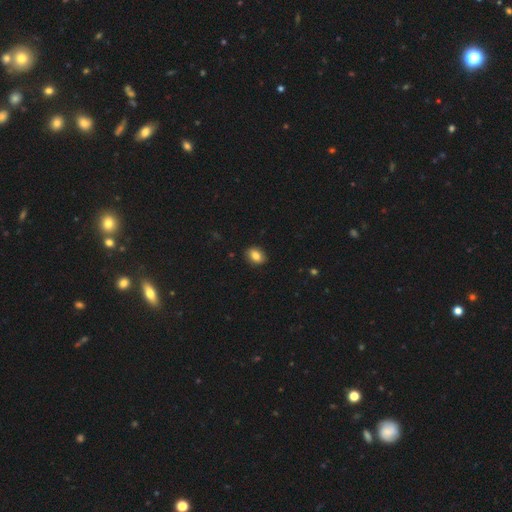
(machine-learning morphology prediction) Smooth or featured: smooth — 84% (star or artifact — 9%)
How rounded: in between — 72% (round — 27%)
Merging: none — 89% (minor disturbance — 8%)